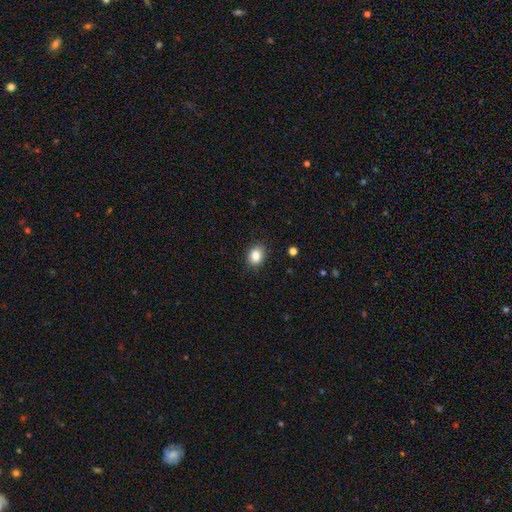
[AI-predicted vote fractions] A smooth galaxy with no disk features (85%) that is in between round and cigar-shaped (61%).

Vote fractions:
- Smooth or featured? smooth: 85% / star or artifact: 9% / featured or disk: 5%
- How rounded? in between: 61% / round: 38% / cigar-shaped: 1%
- Merging? none: 86% / minor disturbance: 10% / major disturbance: 2% / merger: 1%